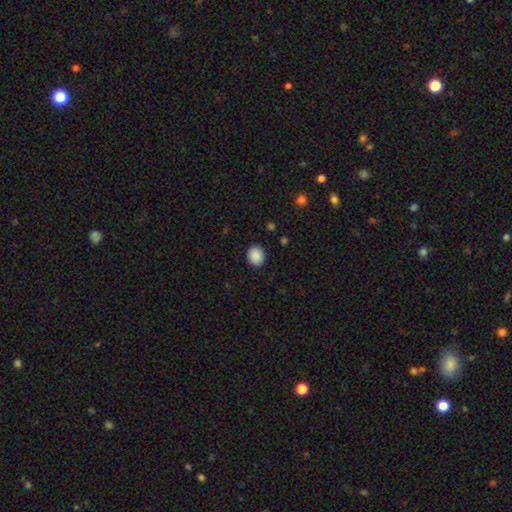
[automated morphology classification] A smooth galaxy with no disk features (89%) that is round (67%). Merging: none (89%).